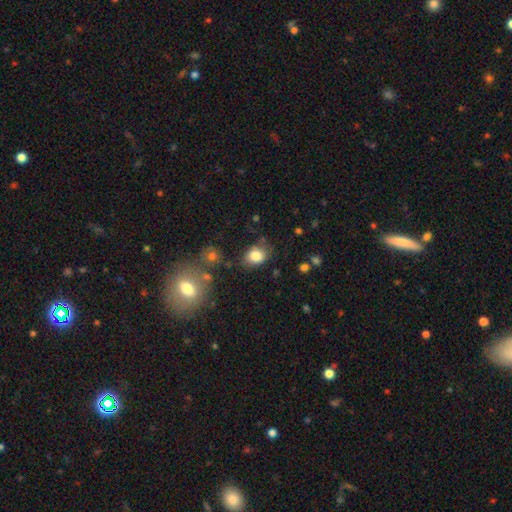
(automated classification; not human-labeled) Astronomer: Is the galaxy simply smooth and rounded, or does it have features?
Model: smooth — 82%.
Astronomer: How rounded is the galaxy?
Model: in between — 55% (runner-up: round, 44%).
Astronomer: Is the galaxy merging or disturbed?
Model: none — 67%.